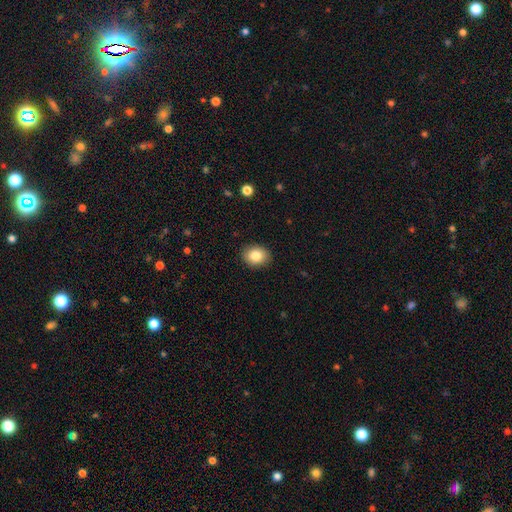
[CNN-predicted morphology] This appears to be a smooth galaxy with no disk features (84%) that is in between round and cigar-shaped (52%). Merging: none (89%).